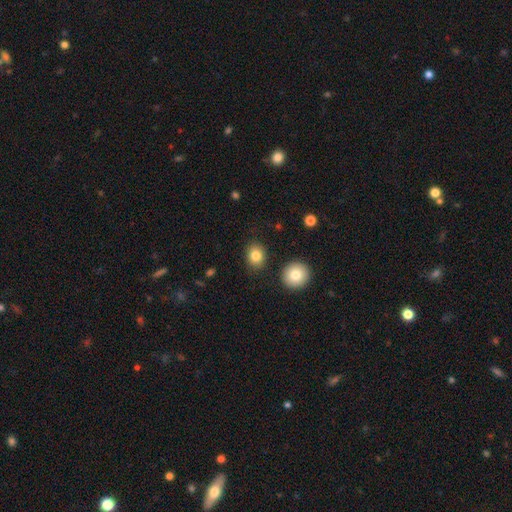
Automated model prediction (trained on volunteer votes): Smooth or featured? smooth (82%)
How rounded? round (61%)
Merging? none (85%)